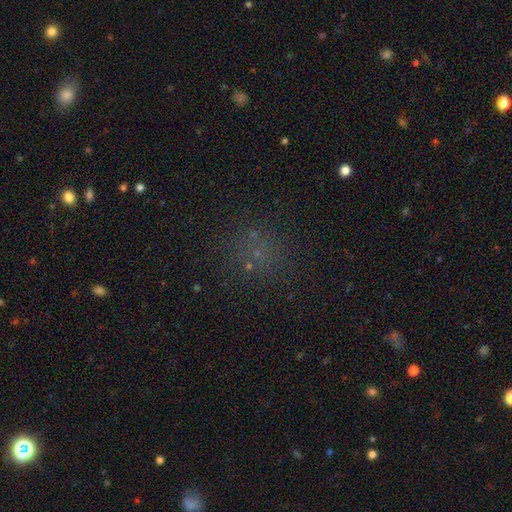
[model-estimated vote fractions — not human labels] Smooth or featured?
  - smooth: 49% *
  - star or artifact: 42%
  - featured or disk: 9%
Merging?
  - none: 80% *
  - minor disturbance: 10%
  - major disturbance: 6%
  - merger: 3%